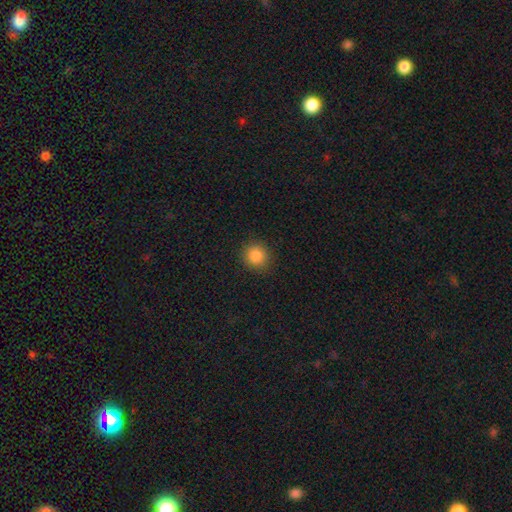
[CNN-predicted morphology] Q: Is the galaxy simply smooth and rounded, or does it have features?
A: smooth — 85%.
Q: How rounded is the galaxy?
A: round — 89%.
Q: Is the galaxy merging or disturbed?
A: none — 90%.